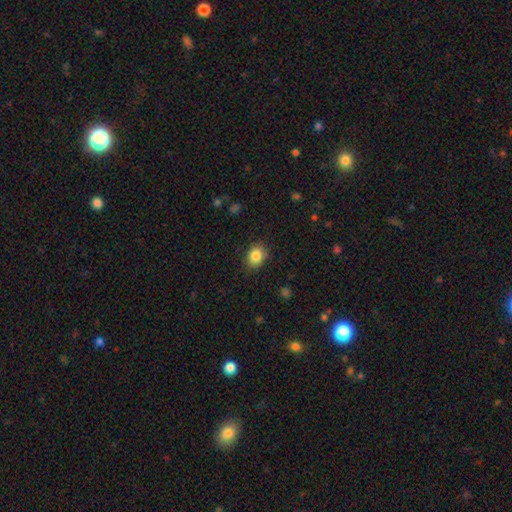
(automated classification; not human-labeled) smooth 85%, star or artifact 9%, featured or disk 5%. Down the decision tree: how rounded — round (50%); merging — none (82%).